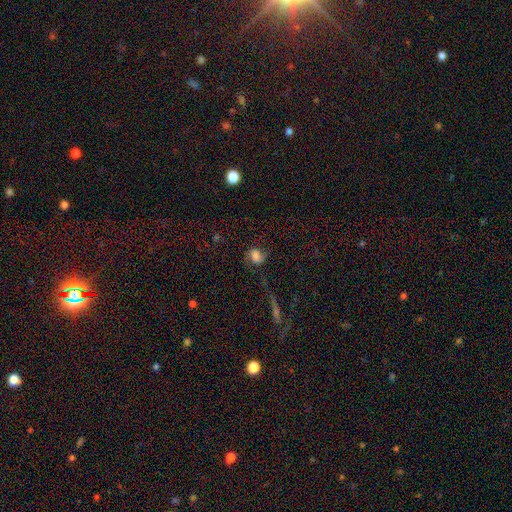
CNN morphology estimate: Overall: smooth (47%; featured or disk 39%). Merging: none (57%; minor disturbance 22%).